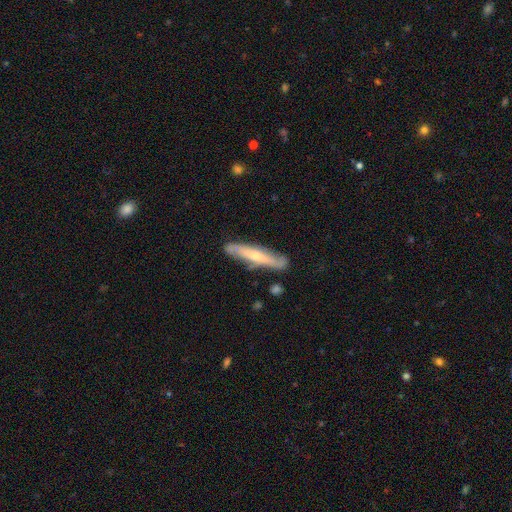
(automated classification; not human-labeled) smooth-or-featured: featured or disk: 55% | smooth: 39% | star or artifact: 5%
  disk-edge-on: yes: 71% | no: 29%
  merging: none: 77% | minor disturbance: 16% | major disturbance: 3% | merger: 3%